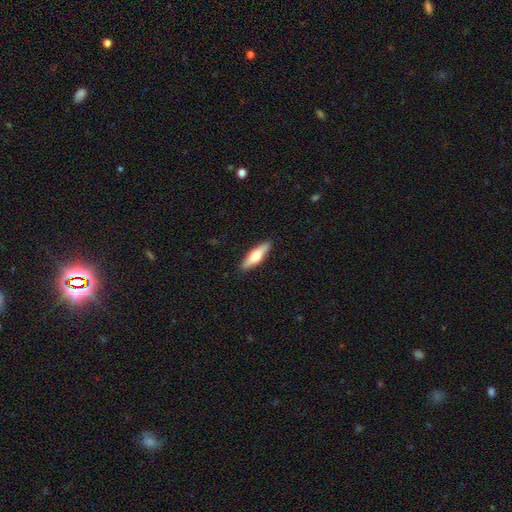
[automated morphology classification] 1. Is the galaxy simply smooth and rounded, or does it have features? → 61% smooth, 33% featured or disk, 5% star or artifact.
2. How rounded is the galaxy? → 63% cigar-shaped, 36% in between, 2% round.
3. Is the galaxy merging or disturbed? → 90% none, 8% minor disturbance, 2% major disturbance, 1% merger.